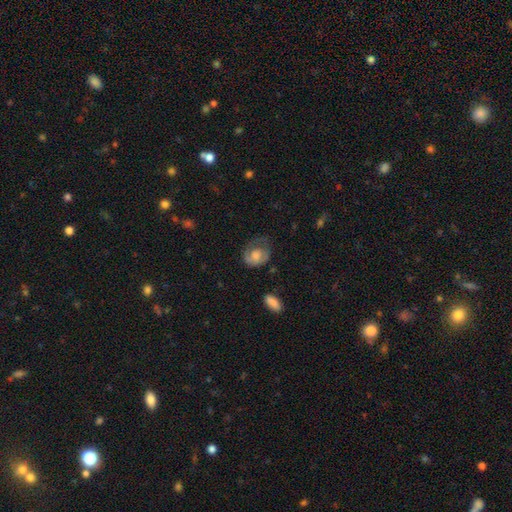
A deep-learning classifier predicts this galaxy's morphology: This is possibly a smooth galaxy (53%). How rounded: possibly round (54%). Merging: possibly none (48%).